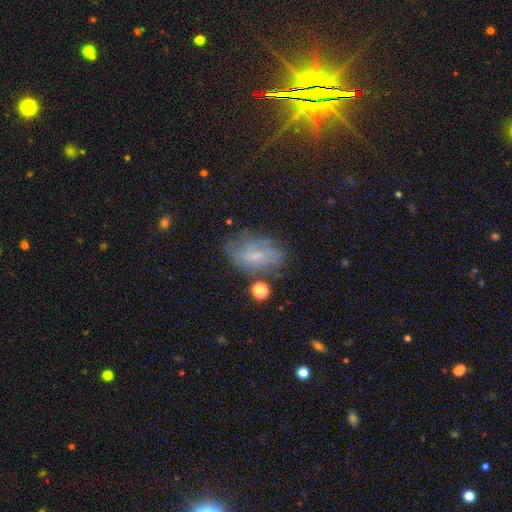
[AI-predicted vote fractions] Morphology: type=featured or disk (52%); edge-on=no (95%); merging=none (62%).